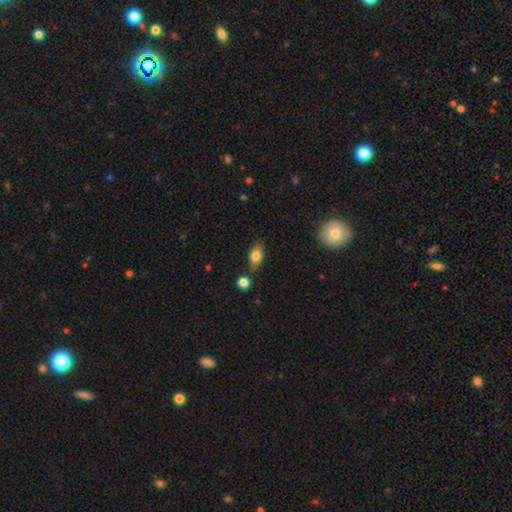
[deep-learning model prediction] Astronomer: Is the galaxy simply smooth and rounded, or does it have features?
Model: smooth — 79%.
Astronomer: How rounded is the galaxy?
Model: in between — 84%.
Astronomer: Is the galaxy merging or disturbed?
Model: none — 76%.